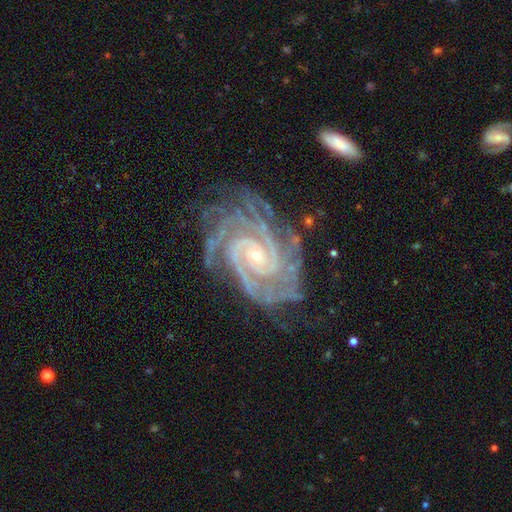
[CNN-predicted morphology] Smooth or featured?
  - featured or disk: 93% *
  - star or artifact: 5%
  - smooth: 2%
Edge-on disk?
  - no: 97% *
  - yes: 3%
Bar?
  - no: 60% *
  - weak: 26%
  - strong: 14%
Spiral arms?
  - yes: 99% *
  - no: 1%
Spiral winding?
  - tight: 78% *
  - medium: 20%
  - loose: 2%
Spiral arm count?
  - 2: 36% *
  - 3: 22%
  - 4: 15%
  - can't tell: 11%
  - more than 4: 8%
  - 1: 7%
Bulge size?
  - small: 77% *
  - moderate: 20%
  - none: 1%
  - large: 1%
  - dominant: 1%
Merging?
  - none: 66% *
  - minor disturbance: 23%
  - major disturbance: 9%
  - merger: 2%